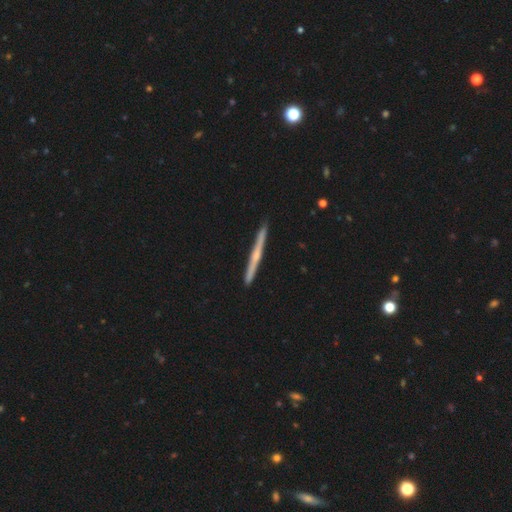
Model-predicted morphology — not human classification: Q: Smooth or featured?
A: featured or disk (70%); runner-up: smooth (25%)
Q: Edge-on disk?
A: yes (98%); runner-up: no (2%)
Q: Edge-on bulge?
A: rounded (56%); runner-up: none (38%)
Q: Merging?
A: none (91%); runner-up: minor disturbance (6%)